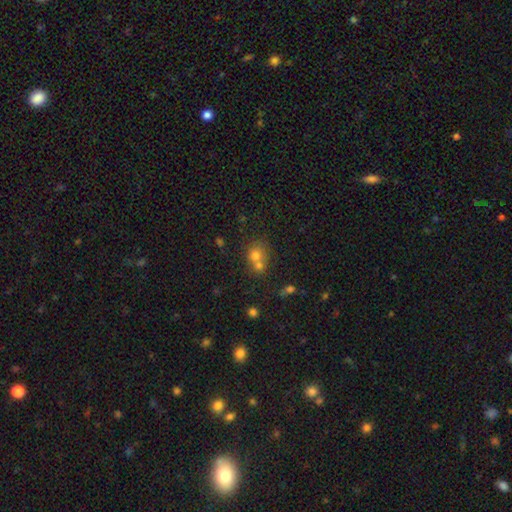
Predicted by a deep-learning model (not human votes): smooth_or_featured: smooth (p=0.71) [alt: featured or disk p=0.15]
how_rounded: round (p=0.72) [alt: in between p=0.27]
merging: merger (p=0.57) [alt: none p=0.33]